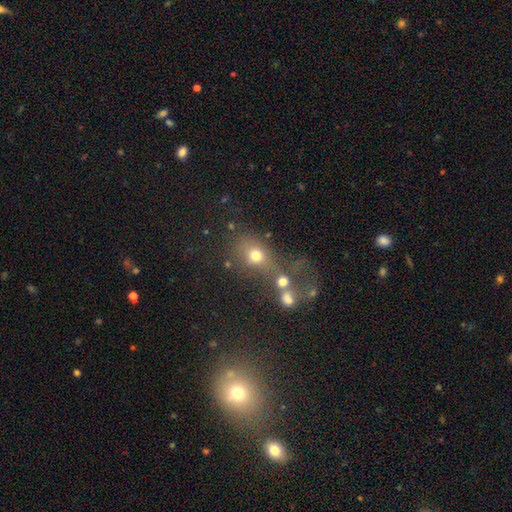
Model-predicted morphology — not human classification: Overall: smooth (66%). How rounded: round (57%; in between 40%). Merging: merger (43%; none 33%).